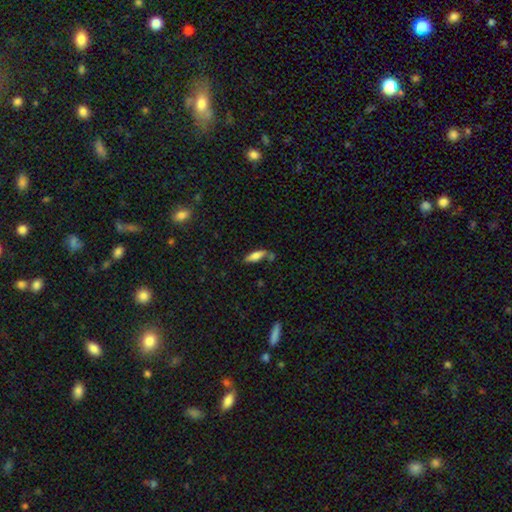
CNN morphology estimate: Smooth or featured? Predicted: smooth (p=0.75). How rounded? Predicted: in between (p=0.56). Merging? Predicted: none (p=0.62).